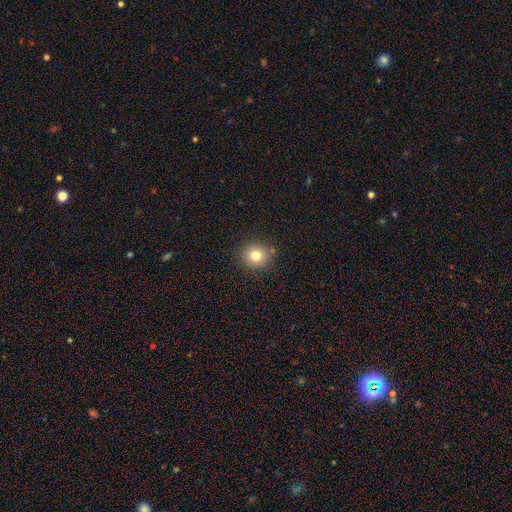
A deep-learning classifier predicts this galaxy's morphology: The model was most divided on "smooth or featured": smooth: 79%, star or artifact: 12%, featured or disk: 9%. More confident: how rounded — round (90%); merging — none (85%).